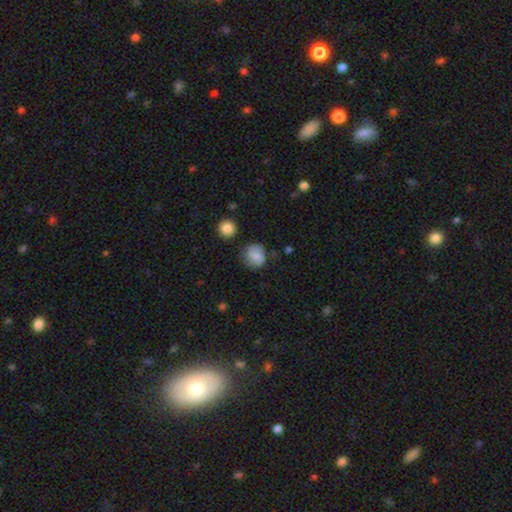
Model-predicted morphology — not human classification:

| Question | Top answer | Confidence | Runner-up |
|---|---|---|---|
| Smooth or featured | smooth | 69% | featured or disk (22%) |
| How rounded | round | 76% | in between (22%) |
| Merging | none | 70% | minor disturbance (20%) |